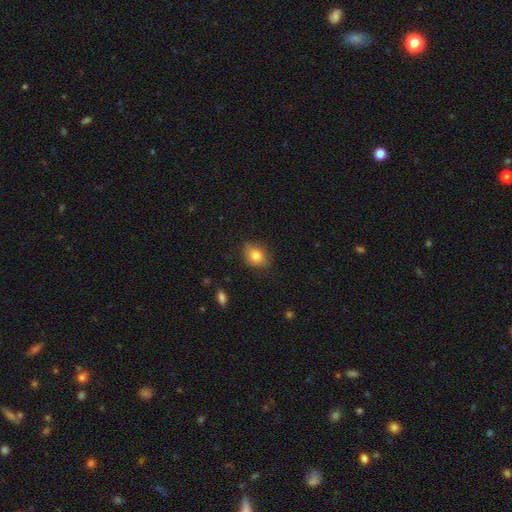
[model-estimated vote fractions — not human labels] This is clearly a smooth galaxy (80%). How rounded: possibly in between (53%). Merging: likely none (76%).